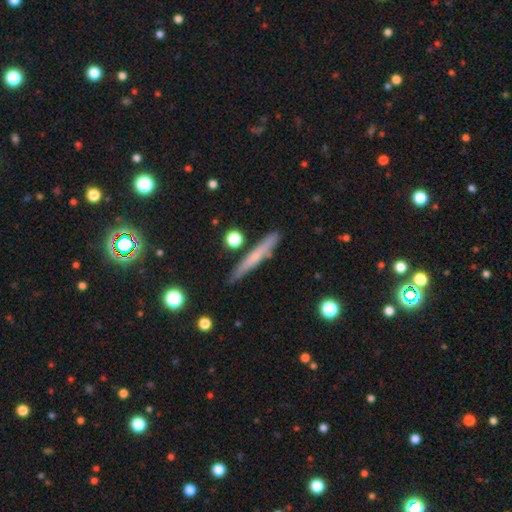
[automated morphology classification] A smooth galaxy with no disk features (56%) that is cigar-shaped (95%). Merging: none (87%).